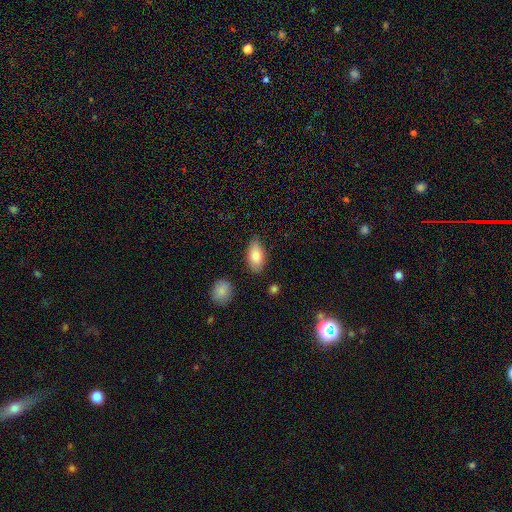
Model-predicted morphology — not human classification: smooth_or_featured: smooth (p=0.83) [alt: featured or disk p=0.11]
how_rounded: in between (p=0.93) [alt: cigar-shaped p=0.04]
merging: none (p=0.78) [alt: minor disturbance p=0.17]